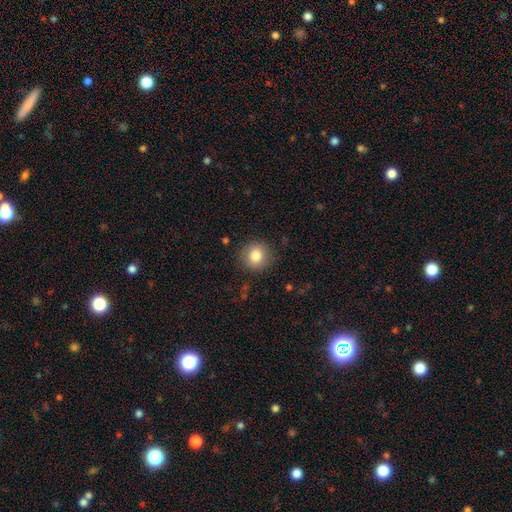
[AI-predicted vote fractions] Q: Smooth or featured?
A: smooth (82%); runner-up: star or artifact (9%)
Q: How rounded?
A: round (87%); runner-up: in between (12%)
Q: Merging?
A: none (85%); runner-up: minor disturbance (11%)